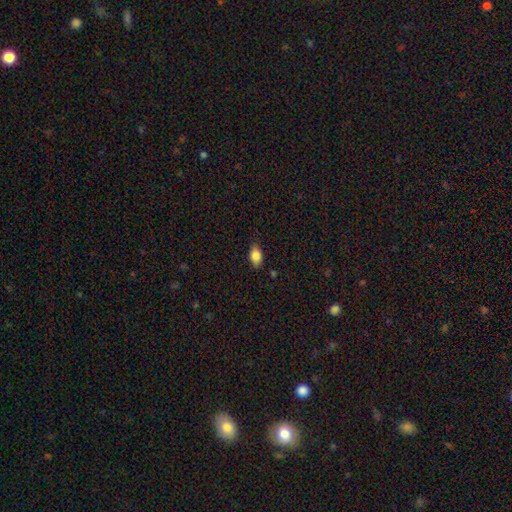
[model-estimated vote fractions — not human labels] A smooth galaxy with no disk features (84%) that is in between round and cigar-shaped (89%). Merging: none (85%).